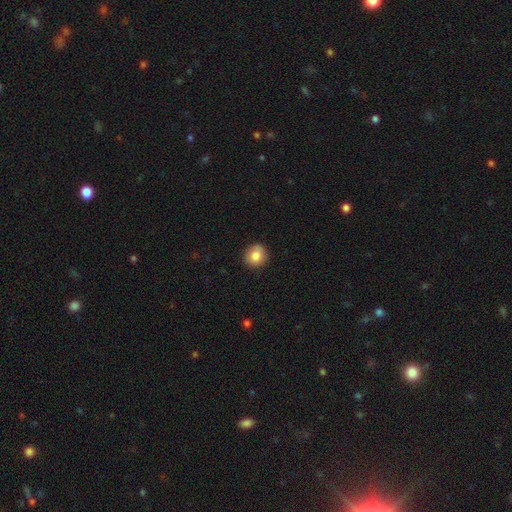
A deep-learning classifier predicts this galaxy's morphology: Smooth or featured: smooth — 83% (star or artifact — 8%)
How rounded: round — 87% (in between — 12%)
Merging: none — 88% (minor disturbance — 9%)